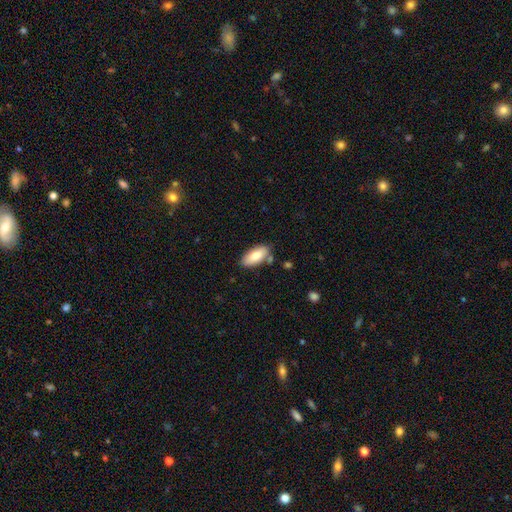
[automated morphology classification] type=smooth (80%); roundness=in between (87%); merging=none (78%).